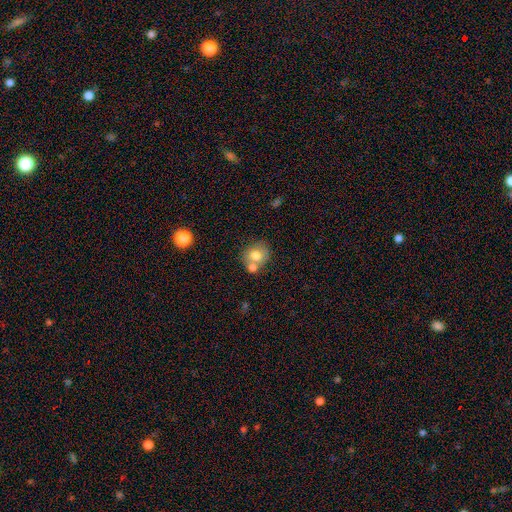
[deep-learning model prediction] A smooth galaxy with no disk features (74%) that is round (74%). Merging: none (54%).